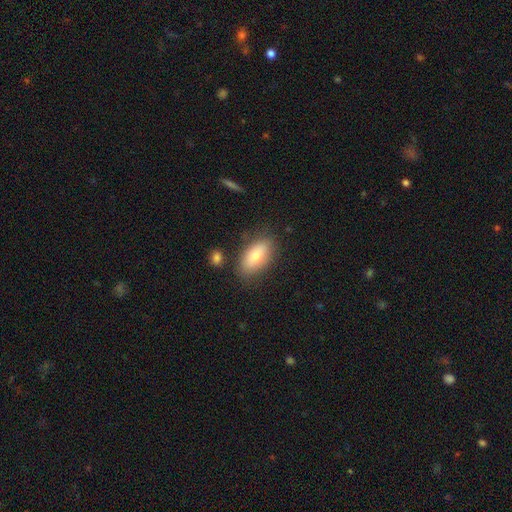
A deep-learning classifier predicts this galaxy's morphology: Q: Smooth or featured?
A: smooth (76%); runner-up: featured or disk (17%)
Q: How rounded?
A: in between (88%); runner-up: cigar-shaped (8%)
Q: Merging?
A: none (80%); runner-up: minor disturbance (14%)